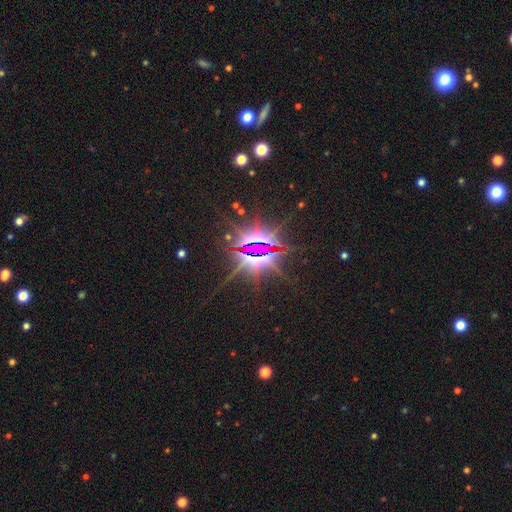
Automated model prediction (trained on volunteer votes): star or artifact 85%, featured or disk 10%, smooth 5%.